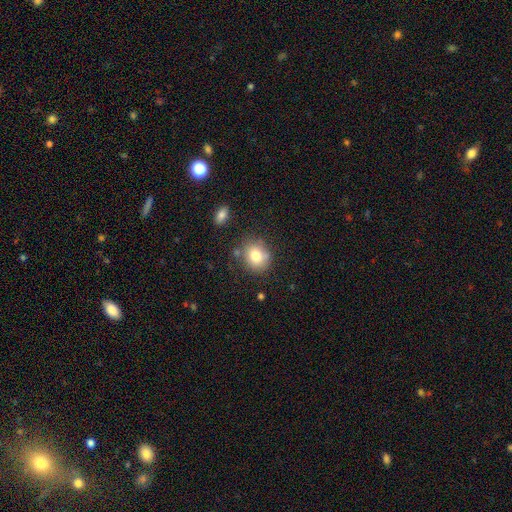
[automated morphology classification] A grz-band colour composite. It shows a smooth galaxy with no disk features (78%) that is round (76%). Merging: none (75%).